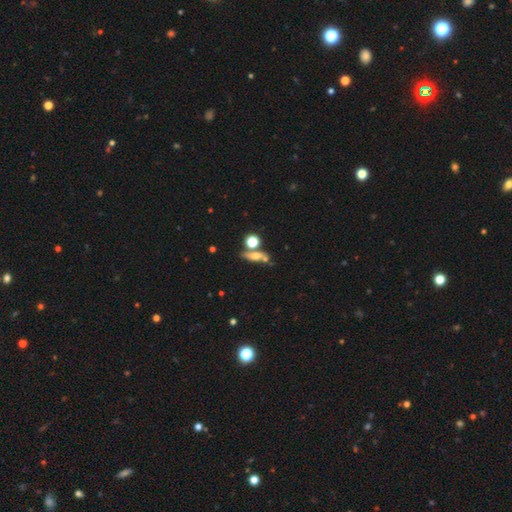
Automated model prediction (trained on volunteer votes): This appears to be a smooth galaxy with no disk features (54%) that is cigar-shaped (41%). Merging: none (56%).